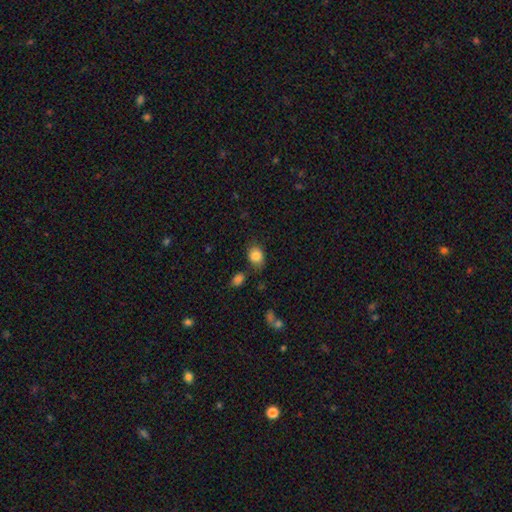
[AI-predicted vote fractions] Smooth or featured? Predicted: smooth (p=0.85). How rounded? Predicted: in between (p=0.56). Merging? Predicted: none (p=0.71).